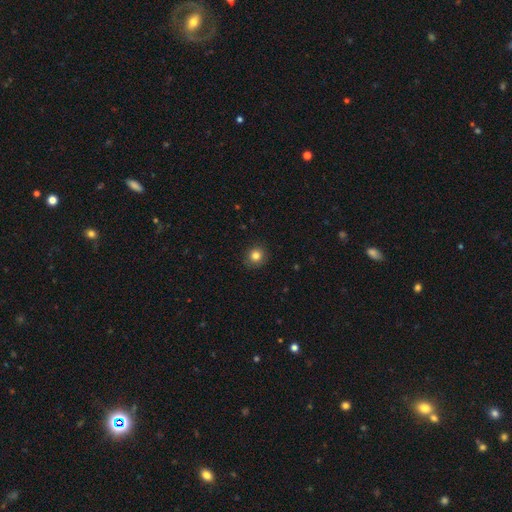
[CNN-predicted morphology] Smooth or featured? Predicted: smooth (p=0.83). How rounded? Predicted: round (p=0.89). Merging? Predicted: none (p=0.89).